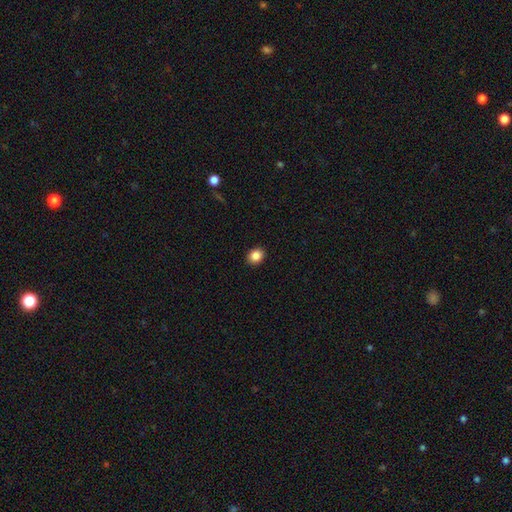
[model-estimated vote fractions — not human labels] Smooth or featured? Predicted: smooth (p=0.86). How rounded? Predicted: round (p=0.61). Merging? Predicted: none (p=0.92).